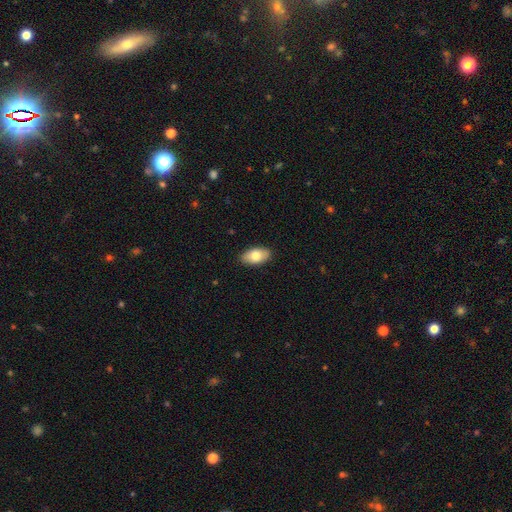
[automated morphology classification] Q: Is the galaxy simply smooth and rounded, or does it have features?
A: smooth — 78%.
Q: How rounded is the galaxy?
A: in between — 94%.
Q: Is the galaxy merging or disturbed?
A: none — 89%.